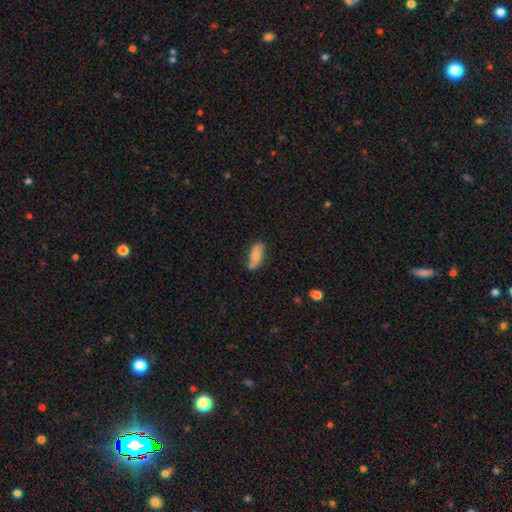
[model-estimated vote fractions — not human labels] This is possibly a smooth galaxy (59%). How rounded: likely in between (78%). Merging: likely none (69%).